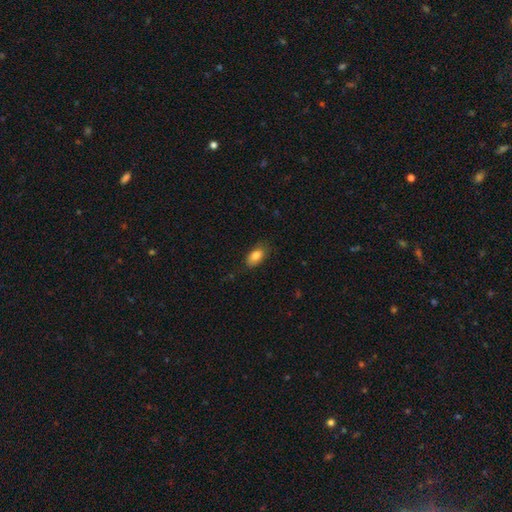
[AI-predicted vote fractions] Smooth or featured?
  - smooth: 85% *
  - featured or disk: 8%
  - star or artifact: 7%
How rounded?
  - in between: 90% *
  - round: 5%
  - cigar-shaped: 4%
Merging?
  - none: 77% *
  - minor disturbance: 18%
  - major disturbance: 4%
  - merger: 1%